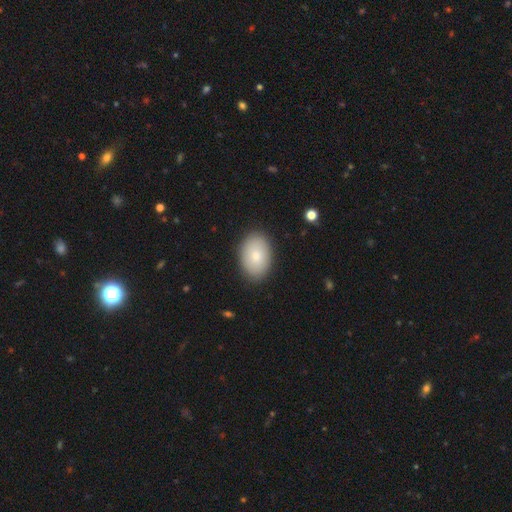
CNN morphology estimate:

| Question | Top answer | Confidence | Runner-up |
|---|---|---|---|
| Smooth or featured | smooth | 82% | featured or disk (12%) |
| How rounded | in between | 85% | round (14%) |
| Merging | none | 88% | minor disturbance (9%) |